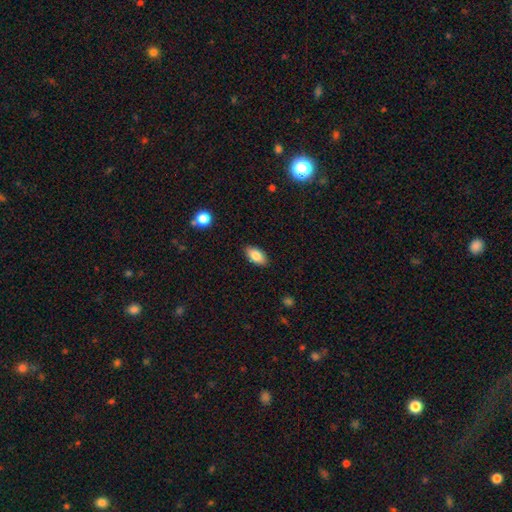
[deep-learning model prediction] Smooth or featured? smooth (84%)
How rounded? in between (92%)
Merging? none (88%)